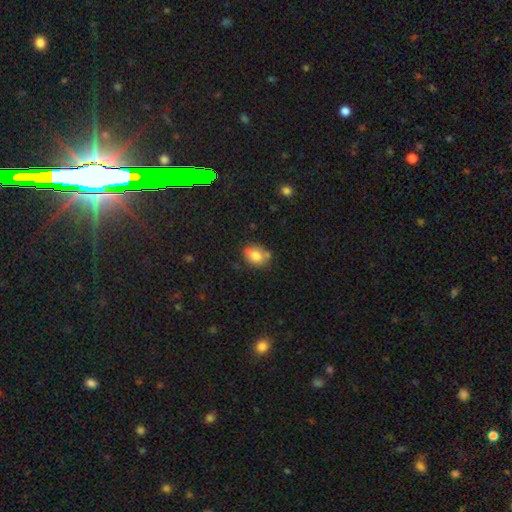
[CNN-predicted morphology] type=smooth (75%); roundness=in between (57%); merging=none (62%).